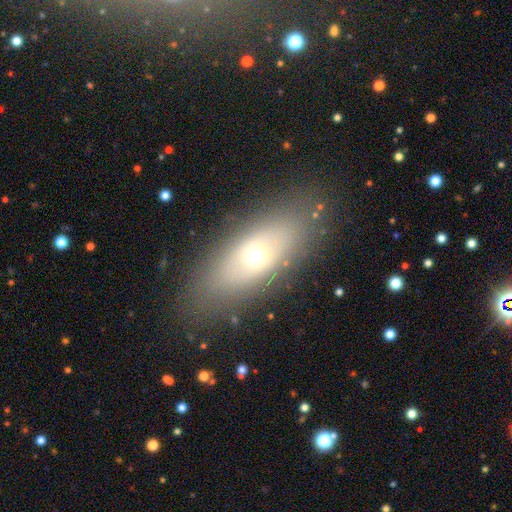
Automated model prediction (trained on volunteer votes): smooth-or-featured: smooth: 54% | featured or disk: 34% | star or artifact: 11%
  how-rounded: in between: 72% | cigar-shaped: 21% | round: 7%
  merging: none: 82% | minor disturbance: 11% | major disturbance: 5% | merger: 2%